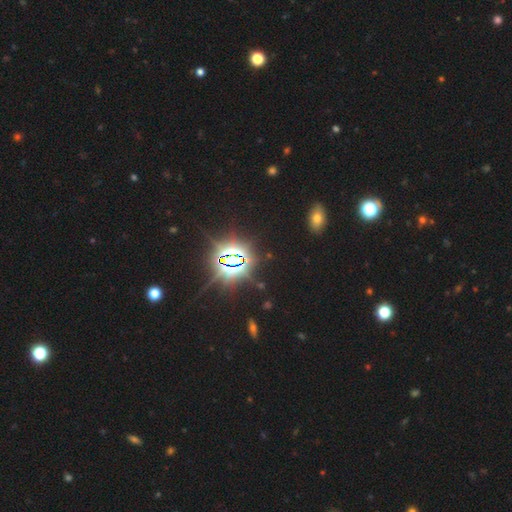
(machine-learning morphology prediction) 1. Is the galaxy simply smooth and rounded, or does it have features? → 84% star or artifact, 10% smooth, 6% featured or disk.